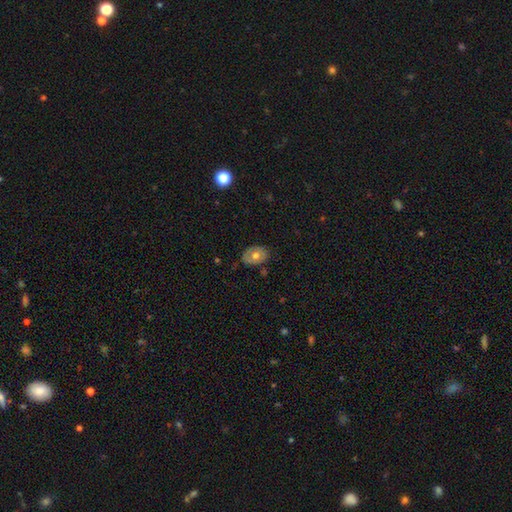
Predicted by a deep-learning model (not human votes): Morphology: type=smooth (55%); roundness=in between (68%); merging=none (78%).